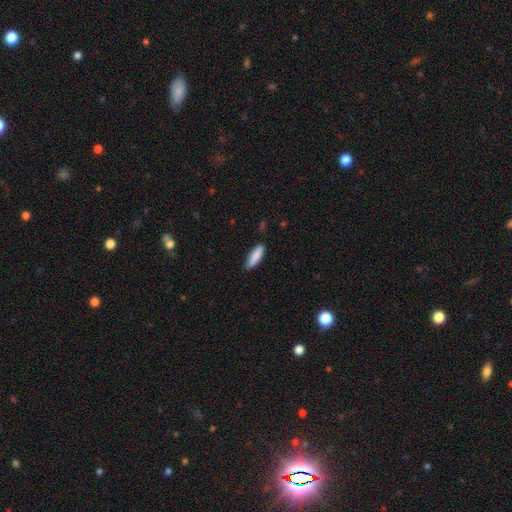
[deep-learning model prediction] Overall: smooth (88%). How rounded: cigar-shaped (53%; in between 46%). Merging: none (86%).